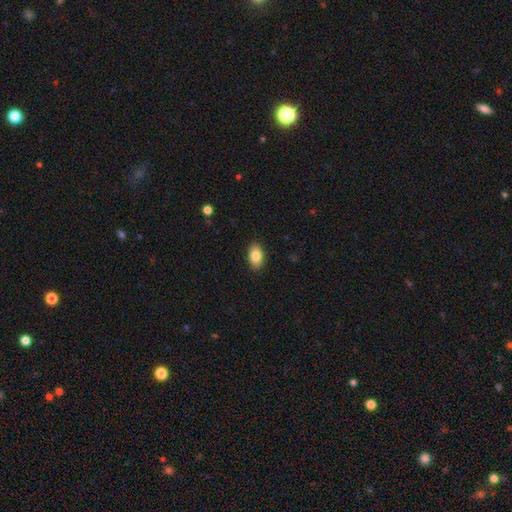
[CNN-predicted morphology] This is clearly a smooth galaxy (85%). How rounded: clearly in between (90%). Merging: clearly none (89%).